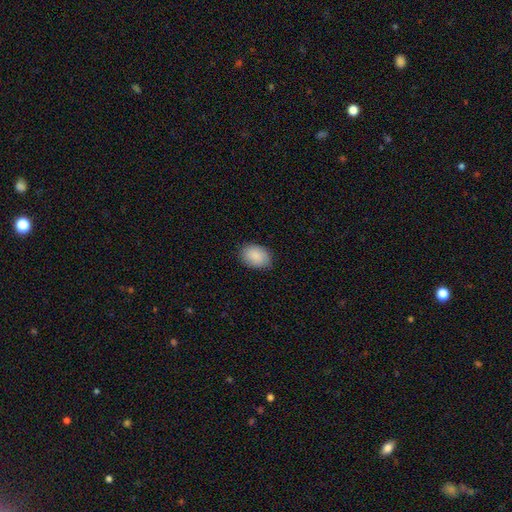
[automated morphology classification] A smooth galaxy with no disk features (89%) that is in between round and cigar-shaped (81%). Merging: none (83%).